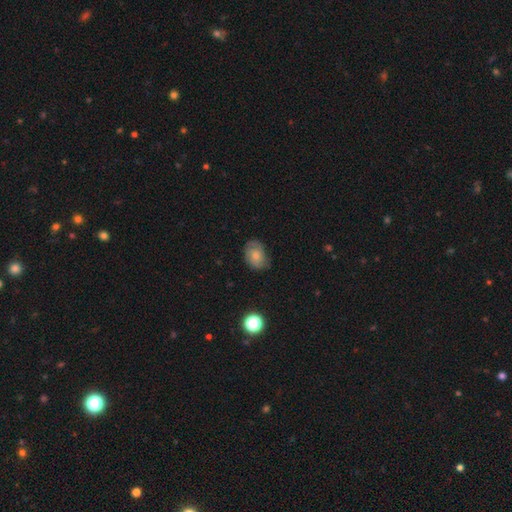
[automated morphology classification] Smooth or featured?
  - smooth: 62% *
  - featured or disk: 28%
  - star or artifact: 9%
How rounded?
  - in between: 71% *
  - round: 28%
  - cigar-shaped: 1%
Merging?
  - none: 66% *
  - minor disturbance: 25%
  - major disturbance: 7%
  - merger: 1%